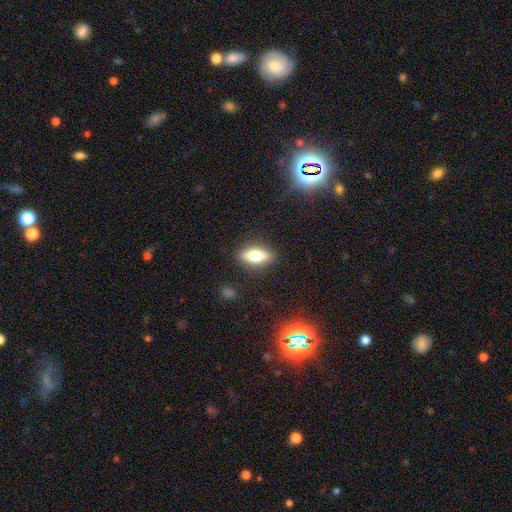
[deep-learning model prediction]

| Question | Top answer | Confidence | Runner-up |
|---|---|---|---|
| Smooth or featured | smooth | 66% | featured or disk (25%) |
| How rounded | in between | 69% | cigar-shaped (27%) |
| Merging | none | 86% | minor disturbance (9%) |